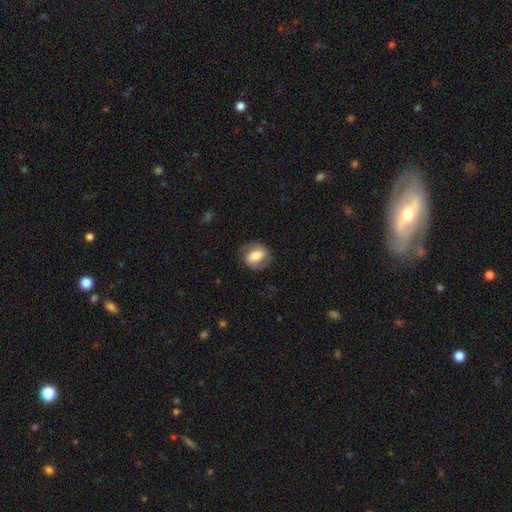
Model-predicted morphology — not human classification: A featured or disk galaxy (51%). Merging: none (78%).